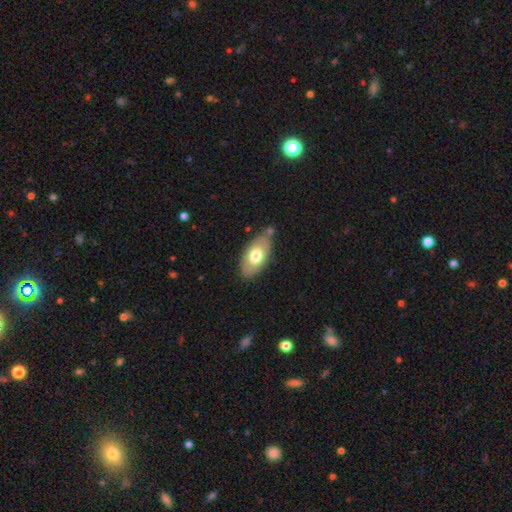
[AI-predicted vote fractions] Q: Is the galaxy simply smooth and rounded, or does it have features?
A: smooth — 63%.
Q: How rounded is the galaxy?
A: in between — 91%.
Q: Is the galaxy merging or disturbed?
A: none — 69%.